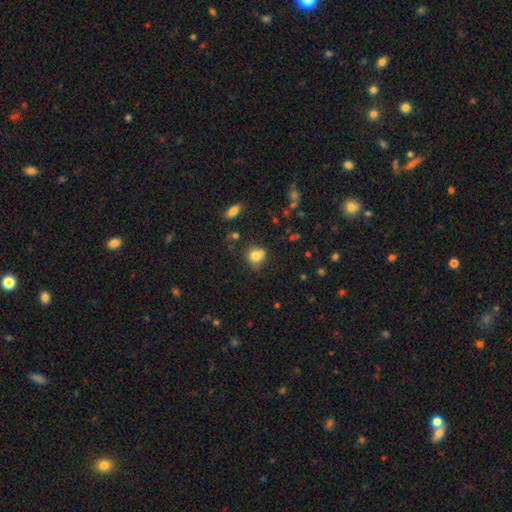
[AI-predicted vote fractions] Smooth or featured: smooth — 76% (star or artifact — 12%)
How rounded: round — 74% (in between — 25%)
Merging: none — 45% (merger — 29%)